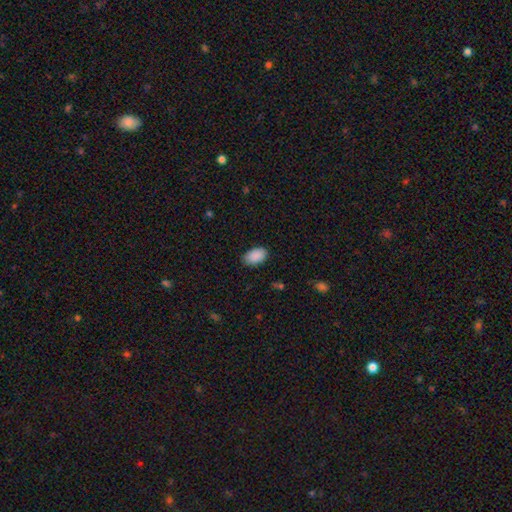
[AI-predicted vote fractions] Smooth or featured: smooth — 90% (star or artifact — 7%)
How rounded: in between — 92% (round — 7%)
Merging: none — 84% (minor disturbance — 13%)